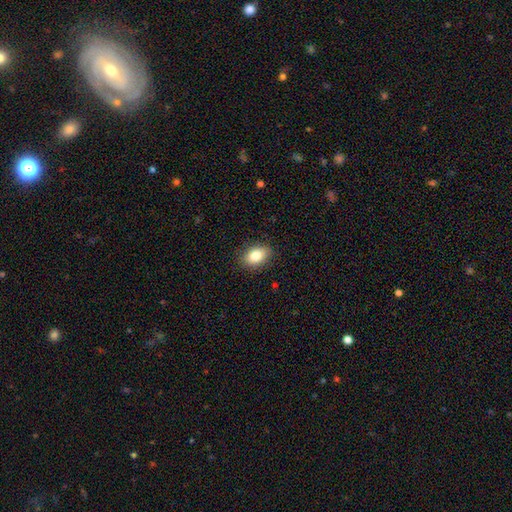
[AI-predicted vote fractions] Q: Smooth or featured?
A: smooth (82%); runner-up: featured or disk (10%)
Q: How rounded?
A: in between (85%); runner-up: round (13%)
Q: Merging?
A: none (87%); runner-up: minor disturbance (9%)